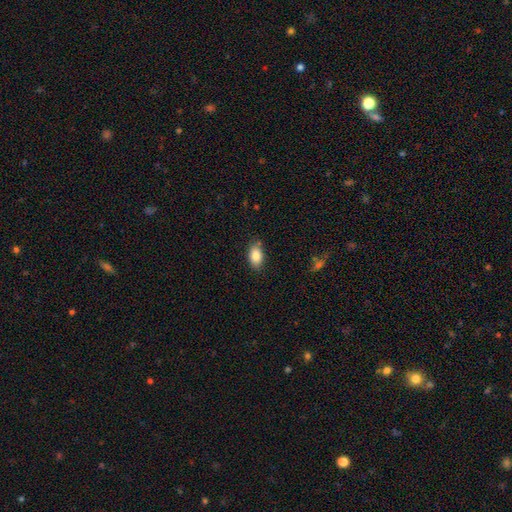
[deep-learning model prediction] Smooth or featured? smooth (84%)
How rounded? in between (89%)
Merging? none (83%)